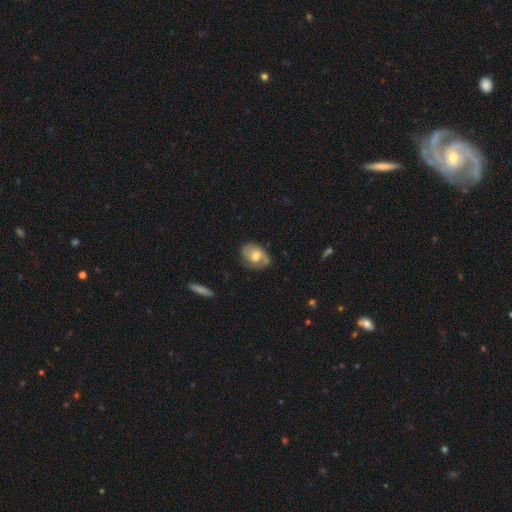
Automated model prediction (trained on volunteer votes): This appears to be a featured or disk galaxy (66%) with no bar (63%), 2 (66%) medium (42%) spiral arms (87%) and a moderate central bulge (68%). Merging: none (70%).